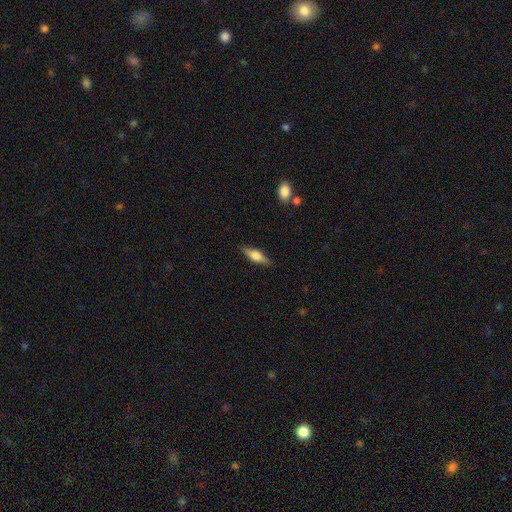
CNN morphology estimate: This appears to be a smooth galaxy with no disk features (57%) that is cigar-shaped (50%). Merging: none (86%).